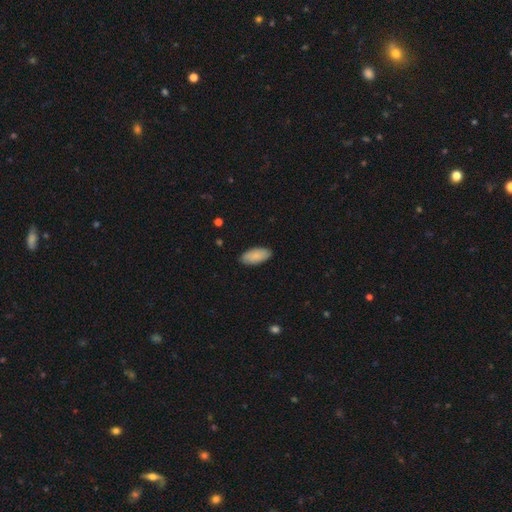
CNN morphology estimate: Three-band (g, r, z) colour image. It shows a smooth galaxy with no disk features (86%) that is in between round and cigar-shaped (91%). Merging: none (86%).